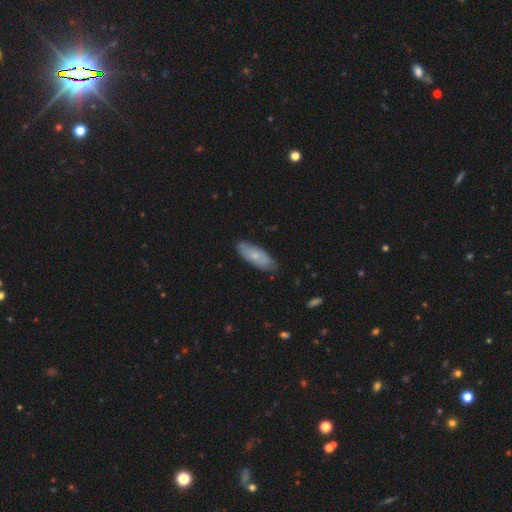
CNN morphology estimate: smooth_or_featured: smooth (p=0.68) [alt: featured or disk p=0.27]
how_rounded: in between (p=0.70) [alt: cigar-shaped p=0.28]
merging: none (p=0.80) [alt: minor disturbance p=0.17]